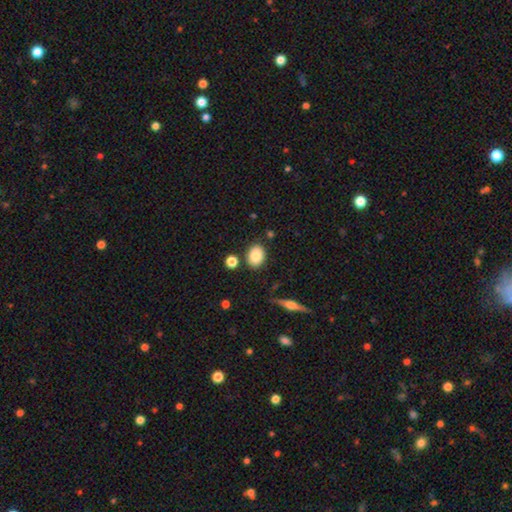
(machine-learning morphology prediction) Smooth or featured?
  - smooth: 85% *
  - star or artifact: 8%
  - featured or disk: 7%
How rounded?
  - in between: 67% *
  - round: 31%
  - cigar-shaped: 2%
Merging?
  - none: 82% *
  - minor disturbance: 10%
  - merger: 5%
  - major disturbance: 3%